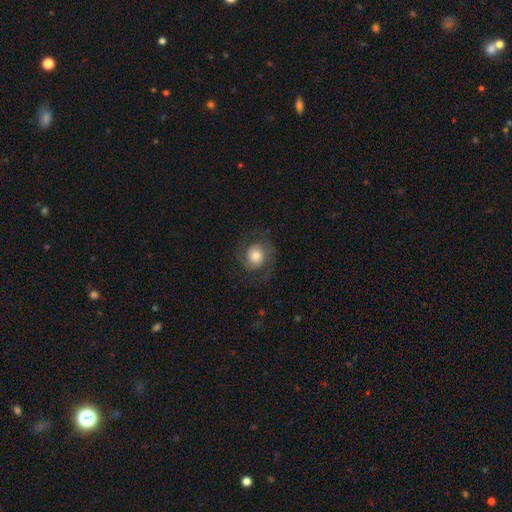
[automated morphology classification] Smooth or featured? Predicted: featured or disk (p=0.51). Edge-on disk? Predicted: no (p=0.97). Merging? Predicted: none (p=0.71).